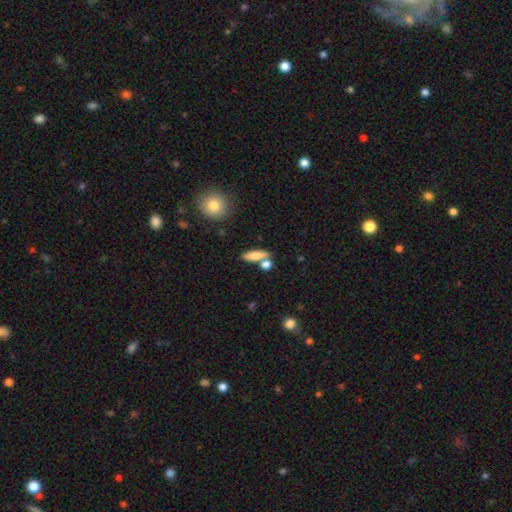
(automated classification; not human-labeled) A smooth galaxy with no disk features (77%) that is in between round and cigar-shaped (49%).

Vote fractions:
- Smooth or featured? smooth: 77% / featured or disk: 15% / star or artifact: 8%
- How rounded? in between: 49% / cigar-shaped: 45% / round: 6%
- Merging? none: 62% / merger: 22% / minor disturbance: 12% / major disturbance: 4%